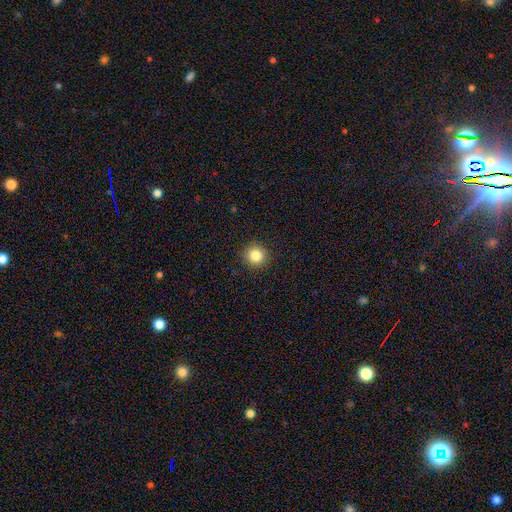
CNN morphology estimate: A smooth galaxy with no disk features (84%) that is round (94%).

Vote fractions:
- Smooth or featured? smooth: 84% / star or artifact: 11% / featured or disk: 5%
- How rounded? round: 94% / in between: 5% / cigar-shaped: 1%
- Merging? none: 92% / minor disturbance: 5% / major disturbance: 2% / merger: 1%